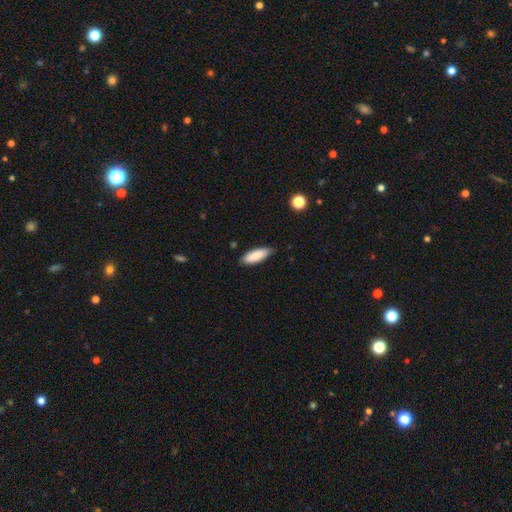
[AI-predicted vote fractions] smooth 86%, featured or disk 8%, star or artifact 6%. Down the decision tree: how rounded — in between (65%); merging — none (82%).